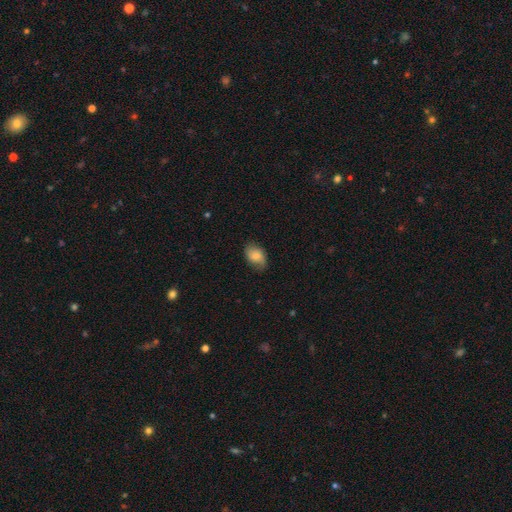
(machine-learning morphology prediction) Overall: smooth (77%). How rounded: in between (86%). Merging: none (72%).